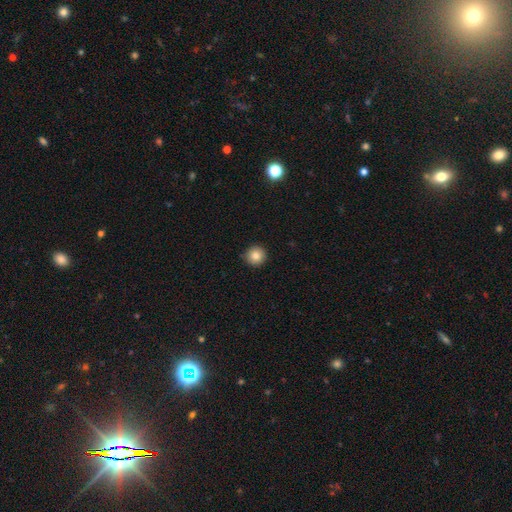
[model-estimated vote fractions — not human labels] This appears to be a smooth galaxy with no disk features (85%) that is round (95%). Merging: none (90%).